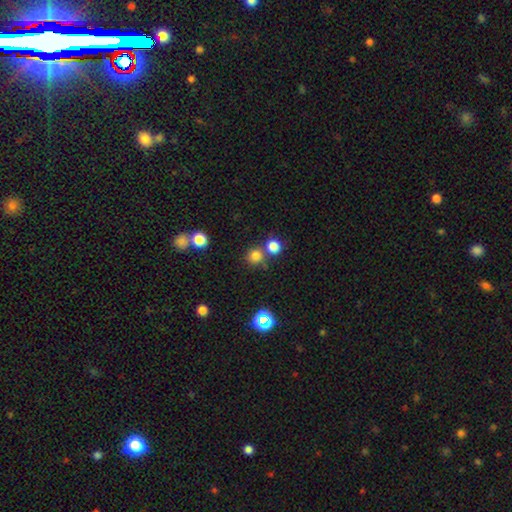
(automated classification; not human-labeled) Q: Smooth or featured?
A: smooth (77%); runner-up: star or artifact (17%)
Q: How rounded?
A: round (91%); runner-up: in between (8%)
Q: Merging?
A: none (68%); runner-up: merger (22%)